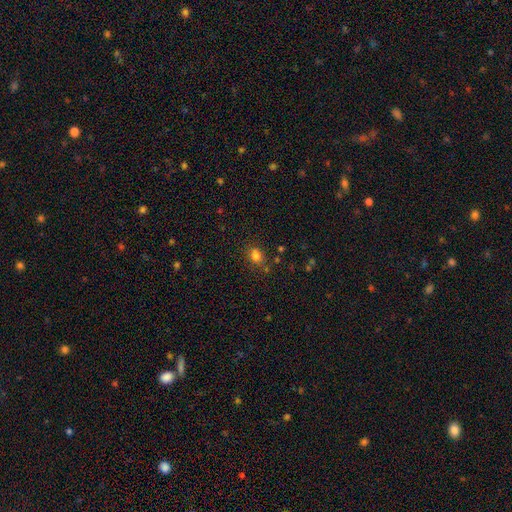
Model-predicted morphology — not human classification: A smooth galaxy with no disk features (78%) that is in between round and cigar-shaped (59%). Merging: none (73%).